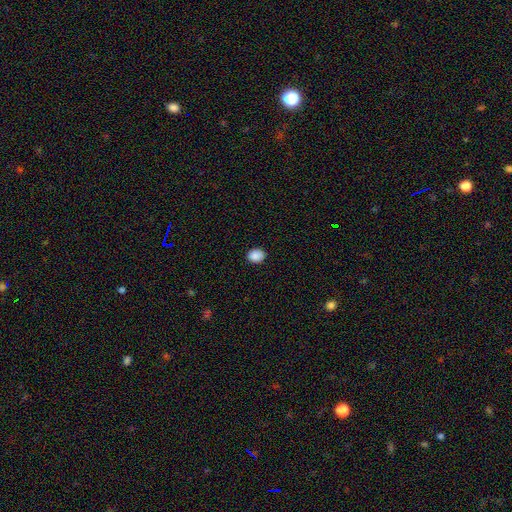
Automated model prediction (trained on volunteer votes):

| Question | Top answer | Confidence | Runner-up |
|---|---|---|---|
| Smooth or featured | smooth | 89% | star or artifact (8%) |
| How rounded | in between | 50% | round (49%) |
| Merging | none | 90% | minor disturbance (8%) |